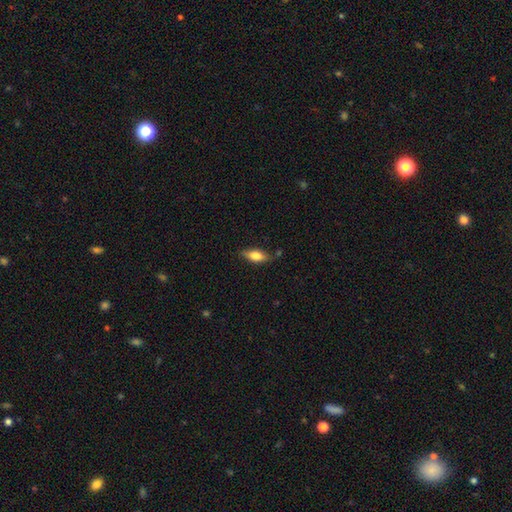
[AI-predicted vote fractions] A smooth galaxy with no disk features (72%) that is in between round and cigar-shaped (74%).

Vote fractions:
- Smooth or featured? smooth: 72% / featured or disk: 21% / star or artifact: 7%
- How rounded? in between: 74% / cigar-shaped: 23% / round: 3%
- Merging? none: 76% / minor disturbance: 17% / major disturbance: 4% / merger: 3%